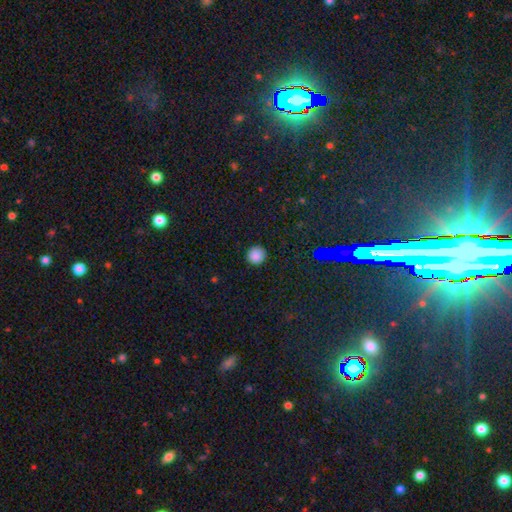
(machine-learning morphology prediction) A smooth galaxy with no disk features (85%) that is round (95%).

Vote fractions:
- Smooth or featured? smooth: 85% / star or artifact: 12% / featured or disk: 3%
- How rounded? round: 95% / in between: 4% / cigar-shaped: 1%
- Merging? none: 91% / minor disturbance: 6% / major disturbance: 2% / merger: 1%